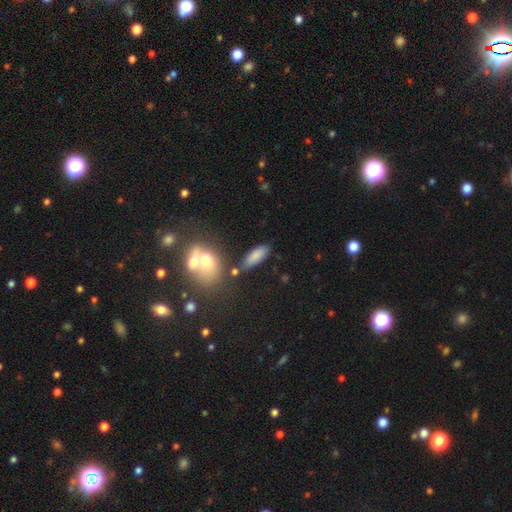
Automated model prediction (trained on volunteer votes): smooth_or_featured: smooth (p=0.80) [alt: featured or disk p=0.11]
how_rounded: in between (p=0.68) [alt: cigar-shaped p=0.29]
merging: none (p=0.71) [alt: minor disturbance p=0.14]